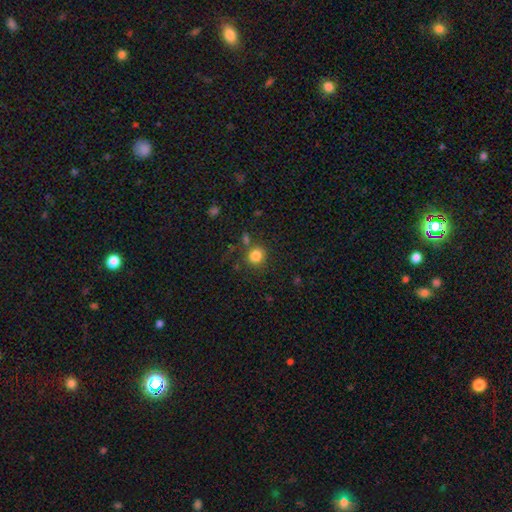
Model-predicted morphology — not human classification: Smooth or featured? Predicted: smooth (p=0.83). How rounded? Predicted: round (p=0.86). Merging? Predicted: none (p=0.78).